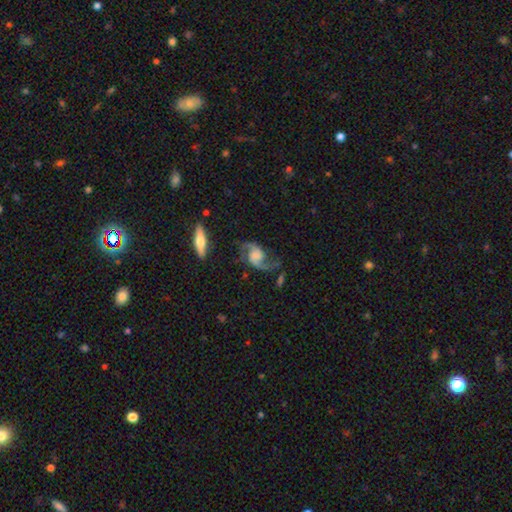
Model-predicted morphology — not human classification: type=featured or disk (89%); edge-on=no (97%); bar=no (53%); spiral arms=yes (97%); winding=loose (59%); arm count=2 (93%); bulge=none (38%); merging=none (67%).